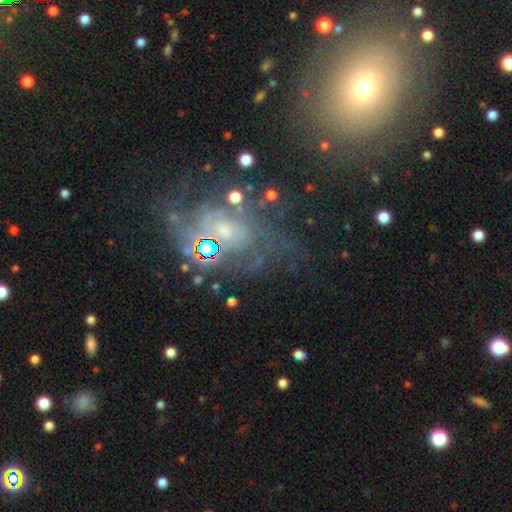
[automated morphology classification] smooth-or-featured: featured or disk: 58% | star or artifact: 26% | smooth: 15%
  disk-edge-on: no: 94% | yes: 6%
    bar: no: 59% | weak: 30% | strong: 12%
    has-spiral-arms: yes: 71% | no: 29%
    bulge-size: small: 56% | moderate: 28% | none: 8% | large: 5% | dominant: 3%
  merging: none: 57% | major disturbance: 18% | minor disturbance: 17% | merger: 9%